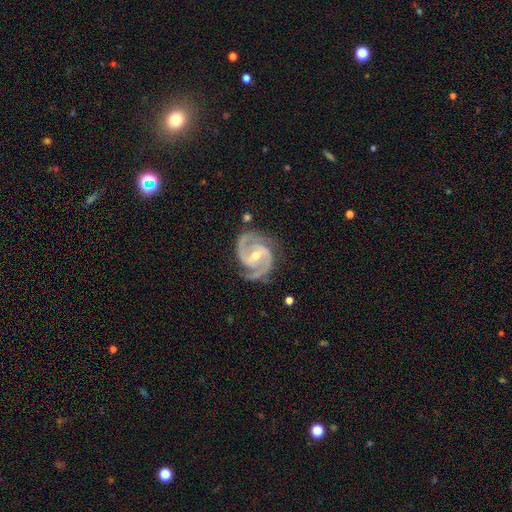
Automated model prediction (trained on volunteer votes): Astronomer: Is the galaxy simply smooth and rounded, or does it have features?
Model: featured or disk — 94%.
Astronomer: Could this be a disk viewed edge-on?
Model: no — 98%.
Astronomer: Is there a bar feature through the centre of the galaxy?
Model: weak — 43% (runner-up: strong, 35%).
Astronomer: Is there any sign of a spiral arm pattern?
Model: yes — 99%.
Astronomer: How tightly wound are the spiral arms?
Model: medium — 55% (runner-up: tight, 39%).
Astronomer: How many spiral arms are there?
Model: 2 — 90%.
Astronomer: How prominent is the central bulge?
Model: small — 49% (runner-up: moderate, 48%).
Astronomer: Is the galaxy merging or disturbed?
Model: none — 80%.